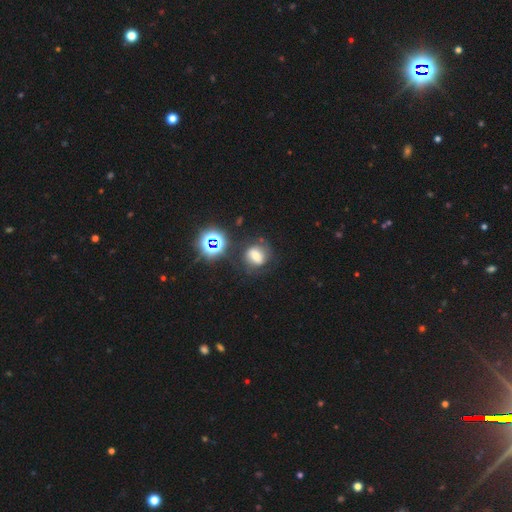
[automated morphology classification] Smooth or featured: smooth — 46% (featured or disk — 31%)
Merging: none — 66% (minor disturbance — 18%)